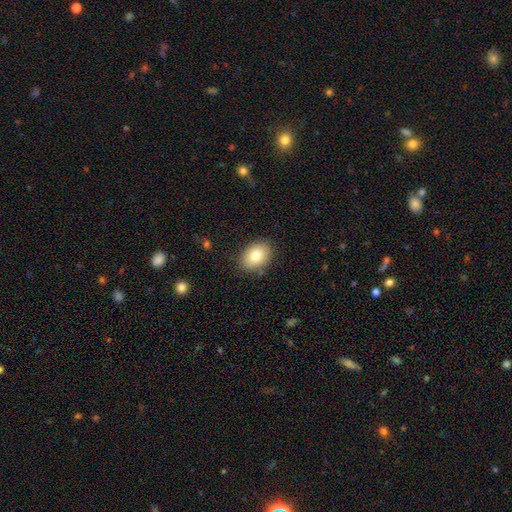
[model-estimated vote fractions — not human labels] A smooth galaxy with no disk features (81%) that is in between round and cigar-shaped (79%).

Vote fractions:
- Smooth or featured? smooth: 81% / featured or disk: 11% / star or artifact: 8%
- How rounded? in between: 79% / round: 20% / cigar-shaped: 1%
- Merging? none: 86% / minor disturbance: 10% / major disturbance: 3% / merger: 1%